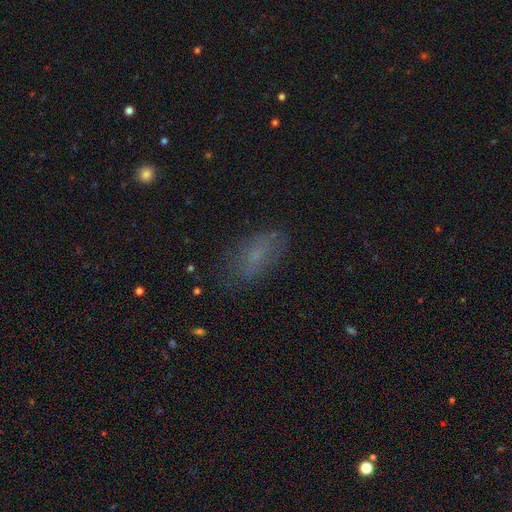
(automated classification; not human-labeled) Smooth or featured? Predicted: smooth (p=0.64). How rounded? Predicted: in between (p=0.86). Merging? Predicted: none (p=0.68).